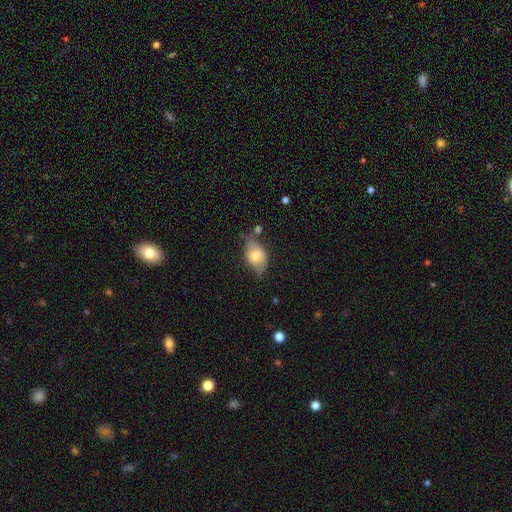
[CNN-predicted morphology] A smooth galaxy with no disk features (64%) that is in between round and cigar-shaped (87%). Merging: none (59%).